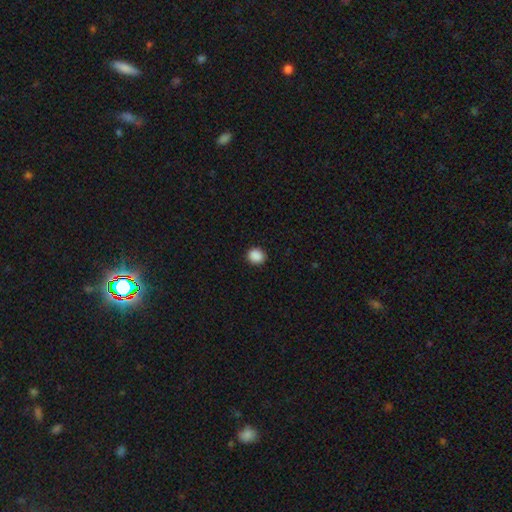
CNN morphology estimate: Smooth or featured?
  - smooth: 89% *
  - star or artifact: 9%
  - featured or disk: 2%
How rounded?
  - round: 80% *
  - in between: 19%
  - cigar-shaped: 1%
Merging?
  - none: 91% *
  - minor disturbance: 6%
  - major disturbance: 2%
  - merger: 1%